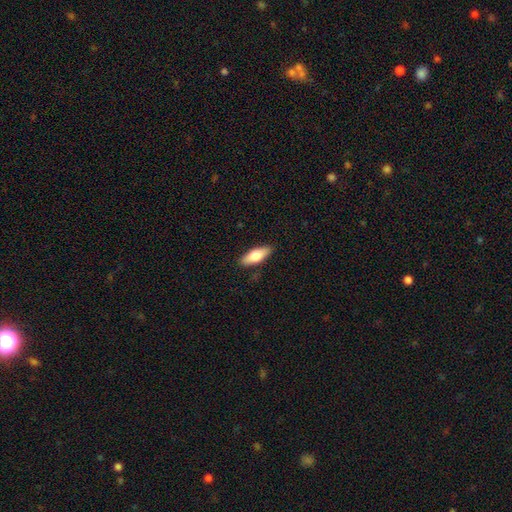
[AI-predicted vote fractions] Morphology: type=smooth (73%); roundness=in between (71%); merging=none (88%).